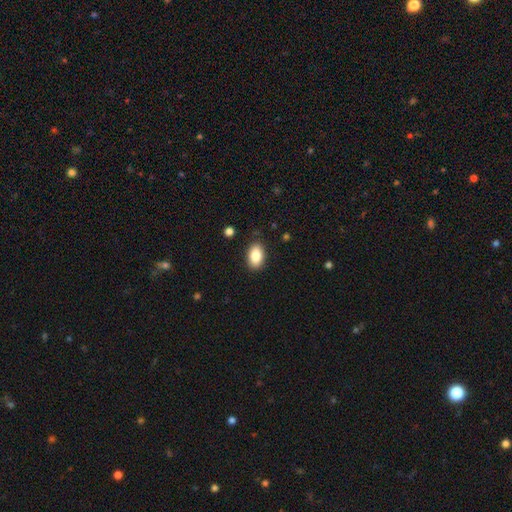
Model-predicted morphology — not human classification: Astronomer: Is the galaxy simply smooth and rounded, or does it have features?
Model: smooth — 85%.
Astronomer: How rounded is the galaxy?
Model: in between — 91%.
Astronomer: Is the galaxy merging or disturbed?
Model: none — 86%.